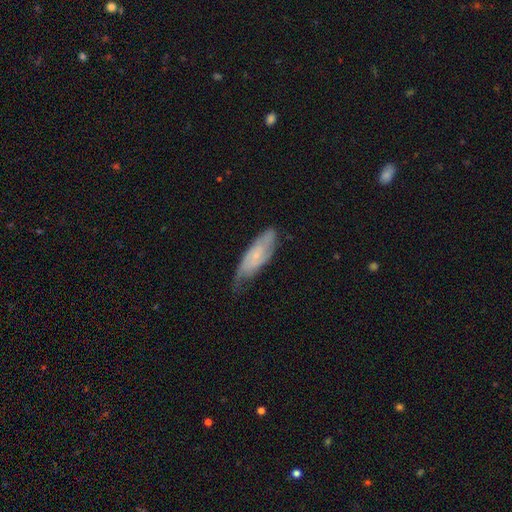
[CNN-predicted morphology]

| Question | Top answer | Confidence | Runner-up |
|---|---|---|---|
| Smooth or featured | featured or disk | 56% | smooth (37%) |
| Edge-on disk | no | 80% | yes (20%) |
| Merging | none | 51% | minor disturbance (36%) |